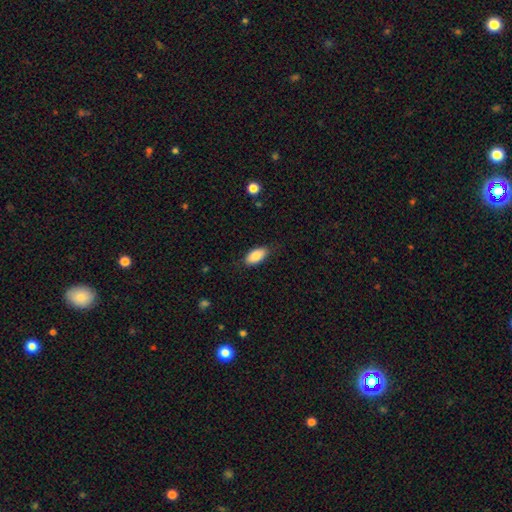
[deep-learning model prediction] smooth-or-featured: smooth: 87% | star or artifact: 7% | featured or disk: 6%
  how-rounded: in between: 93% | cigar-shaped: 4% | round: 3%
  merging: none: 81% | minor disturbance: 15% | major disturbance: 3% | merger: 1%